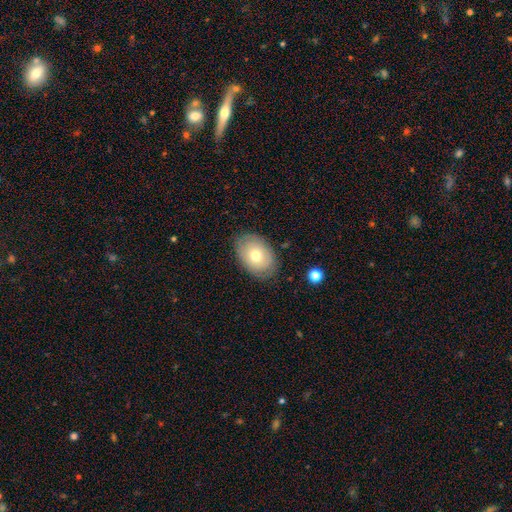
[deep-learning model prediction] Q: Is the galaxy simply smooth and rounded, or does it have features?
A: smooth — 67%.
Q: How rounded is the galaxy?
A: in between — 81%.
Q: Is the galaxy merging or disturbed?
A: none — 80%.